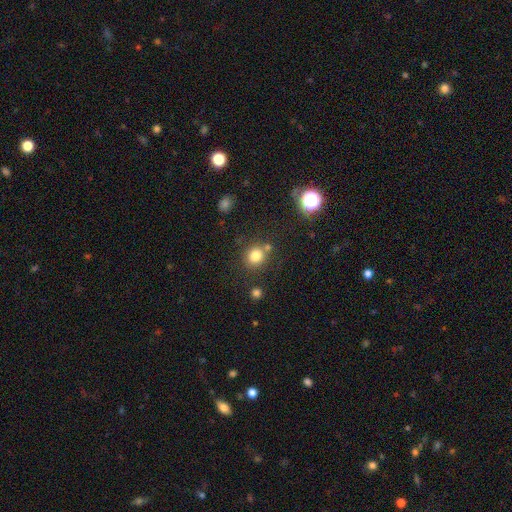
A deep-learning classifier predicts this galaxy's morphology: smooth-or-featured: smooth: 79% | star or artifact: 14% | featured or disk: 7%
  how-rounded: round: 85% | in between: 14% | cigar-shaped: 1%
  merging: none: 72% | merger: 14% | minor disturbance: 10% | major disturbance: 4%